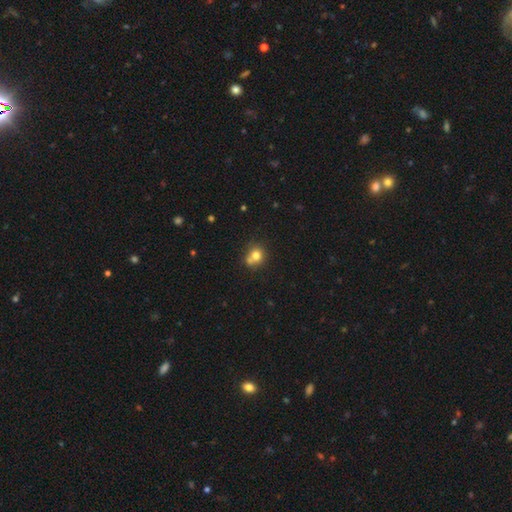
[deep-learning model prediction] This appears to be a smooth galaxy with no disk features (75%) that is round (80%). Merging: none (51%).